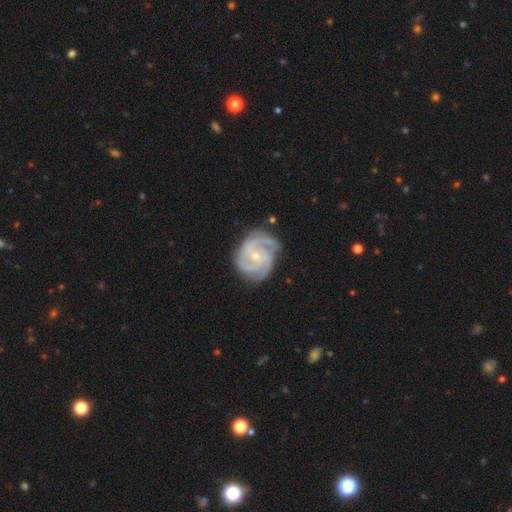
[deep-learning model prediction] smooth-or-featured: featured or disk: 90% | smooth: 5% | star or artifact: 4%
  disk-edge-on: no: 98% | yes: 2%
    bar: no: 62% | weak: 30% | strong: 8%
    has-spiral-arms: yes: 98% | no: 2%
      spiral-winding: tight: 51% | medium: 43% | loose: 6%
      spiral-arm-count: 3: 63% | 2: 12% | 4: 11% | can't tell: 6% | 1: 4% | more than 4: 3%
    bulge-size: small: 71% | moderate: 26% | none: 2% | large: 1% | dominant: 1%
  merging: none: 71% | minor disturbance: 21% | major disturbance: 6% | merger: 2%